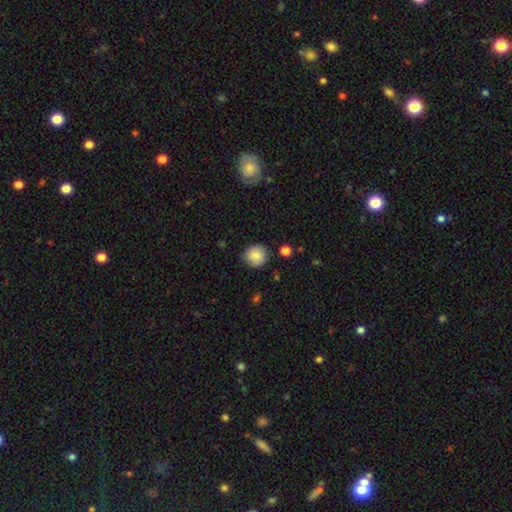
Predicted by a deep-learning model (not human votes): A smooth galaxy with no disk features (85%) that is round (90%).

Vote fractions:
- Smooth or featured? smooth: 85% / star or artifact: 8% / featured or disk: 7%
- How rounded? round: 90% / in between: 9% / cigar-shaped: 1%
- Merging? none: 85% / minor disturbance: 10% / major disturbance: 2% / merger: 2%